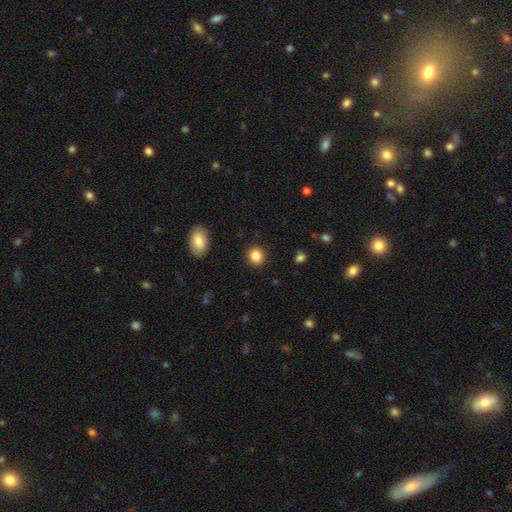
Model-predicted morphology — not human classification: Smooth or featured: smooth — 85% (star or artifact — 10%)
How rounded: round — 79% (in between — 20%)
Merging: none — 91% (minor disturbance — 6%)